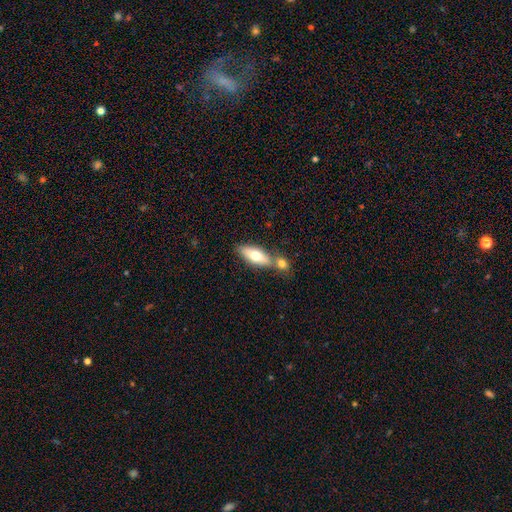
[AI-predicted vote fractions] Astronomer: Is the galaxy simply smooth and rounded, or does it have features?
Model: smooth — 67%.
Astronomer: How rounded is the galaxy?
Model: in between — 74%.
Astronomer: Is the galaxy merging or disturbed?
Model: none — 47% (runner-up: merger, 39%).